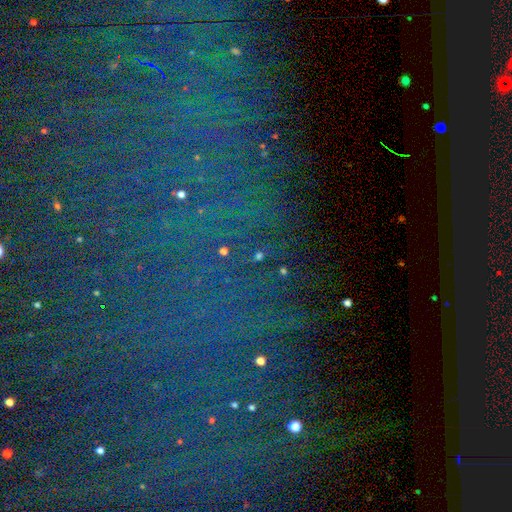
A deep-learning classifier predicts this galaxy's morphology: Q: Smooth or featured?
A: star or artifact (80%); runner-up: smooth (11%)